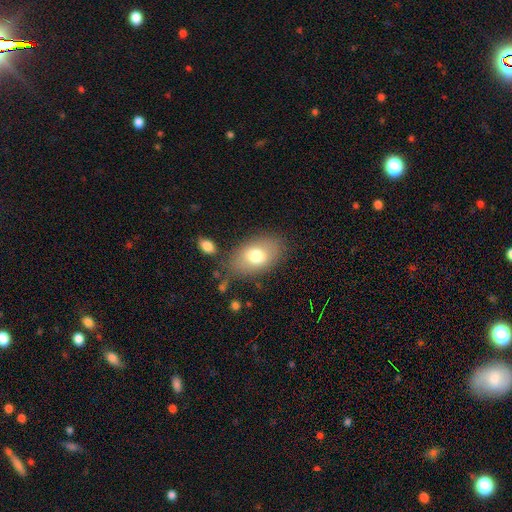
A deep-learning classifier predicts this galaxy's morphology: A smooth galaxy with no disk features (74%) that is in between round and cigar-shaped (88%). Merging: none (74%).